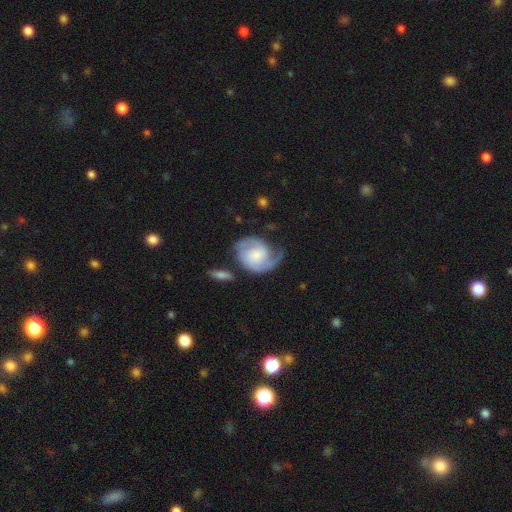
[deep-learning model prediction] Morphology: type=featured or disk (74%); edge-on=no (97%); bar=no (62%); spiral arms=yes (93%); winding=medium (43%); arm count=2 (66%); bulge=small (36%); merging=none (50%).